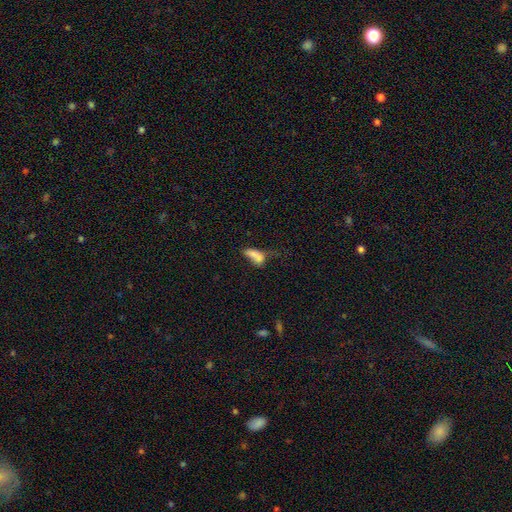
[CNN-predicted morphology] A smooth galaxy with no disk features (69%) that is in between round and cigar-shaped (74%). Merging: merger (33%).